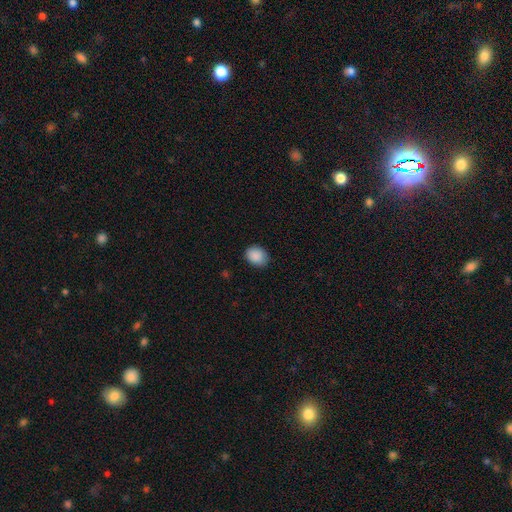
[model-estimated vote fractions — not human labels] Smooth or featured: smooth — 90% (star or artifact — 7%)
How rounded: in between — 58% (round — 42%)
Merging: none — 82% (minor disturbance — 14%)